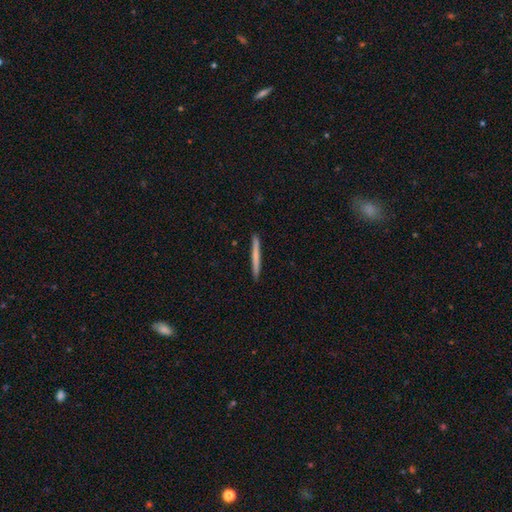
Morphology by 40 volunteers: This appears to be a smooth galaxy with no disk features (75%) that is cigar-shaped (100%). Merging: none (90%).